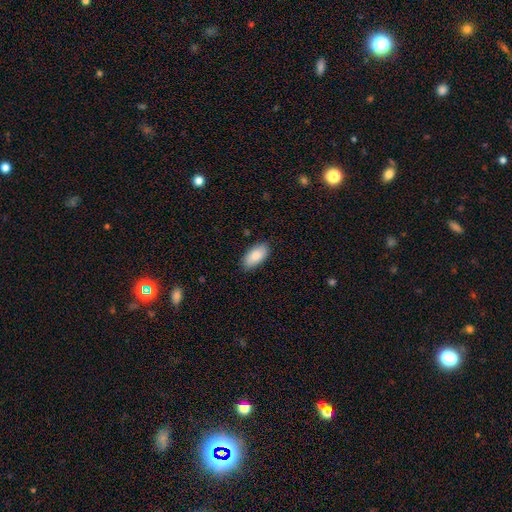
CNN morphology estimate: A smooth galaxy with no disk features (86%) that is in between round and cigar-shaped (94%).

Vote fractions:
- Smooth or featured? smooth: 86% / featured or disk: 8% / star or artifact: 6%
- How rounded? in between: 94% / cigar-shaped: 4% / round: 2%
- Merging? none: 85% / minor disturbance: 11% / major disturbance: 2% / merger: 1%